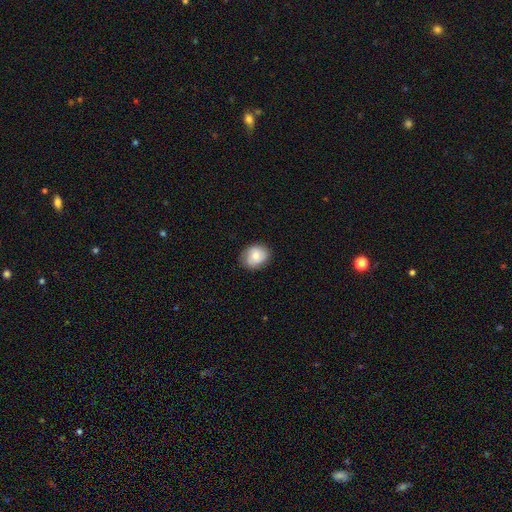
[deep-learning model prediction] Smooth or featured? smooth (65%)
How rounded? round (58%)
Merging? none (81%)